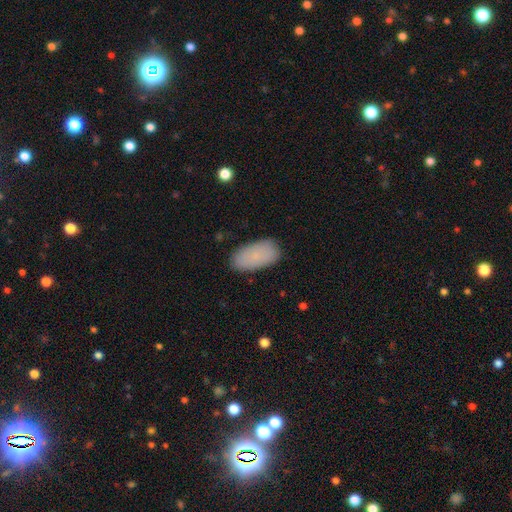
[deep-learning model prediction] The model was most divided on "smooth or featured": smooth: 82%, featured or disk: 11%, star or artifact: 7%. More confident: how rounded — in between (94%); merging — none (85%).